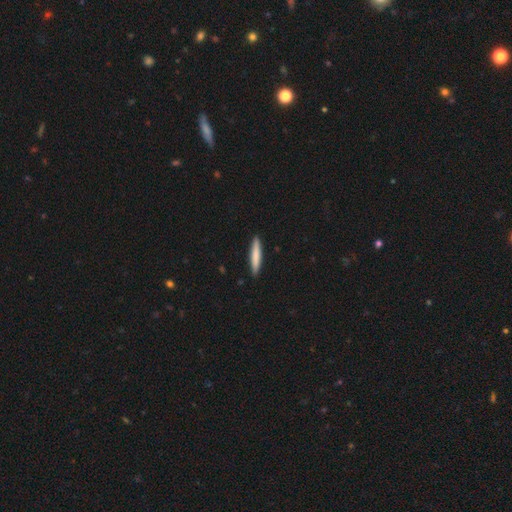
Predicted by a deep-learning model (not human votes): Smooth or featured? Predicted: smooth (p=0.76). How rounded? Predicted: cigar-shaped (p=0.93). Merging? Predicted: none (p=0.91).